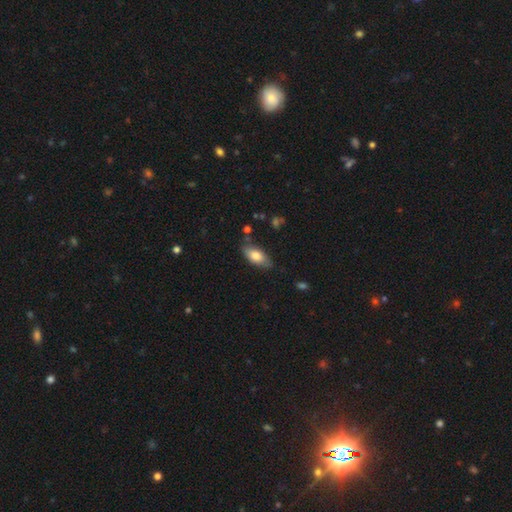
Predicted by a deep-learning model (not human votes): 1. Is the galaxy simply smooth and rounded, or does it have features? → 77% smooth, 17% featured or disk, 6% star or artifact.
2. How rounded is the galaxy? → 87% in between, 10% cigar-shaped, 3% round.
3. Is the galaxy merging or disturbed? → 75% none, 19% minor disturbance, 3% major disturbance, 3% merger.